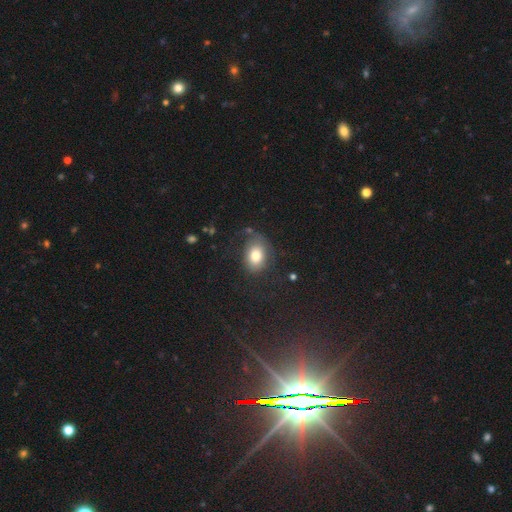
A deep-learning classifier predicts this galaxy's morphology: Overall: smooth (76%). How rounded: in between (72%). Merging: none (65%).